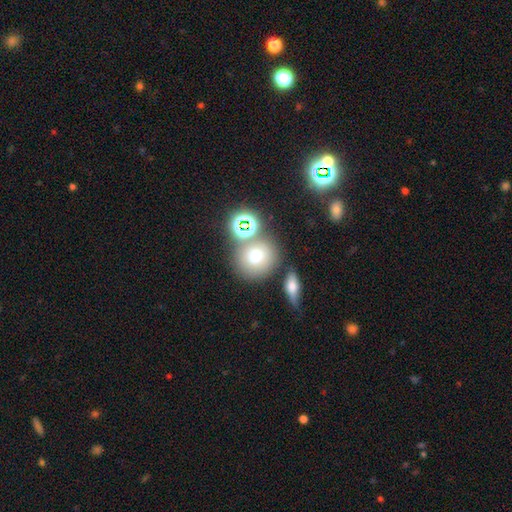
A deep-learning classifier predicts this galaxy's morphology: The model was most divided on "merging": none: 67%, merger: 17%, minor disturbance: 11%, major disturbance: 5%. More confident: how rounded — round (86%); smooth or featured — smooth (69%).